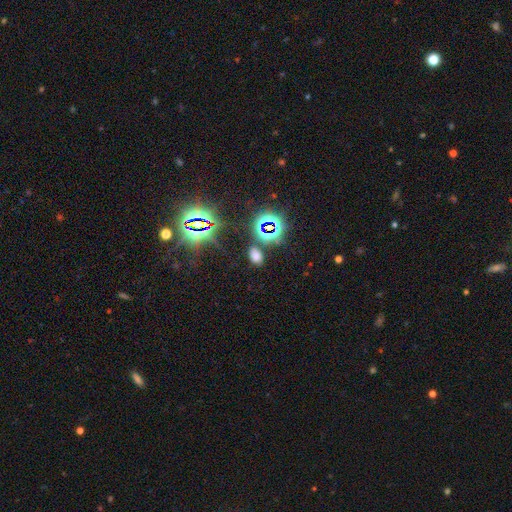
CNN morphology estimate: This is possibly a smooth galaxy (52%). How rounded: clearly in between (83%). Merging: likely none (77%).